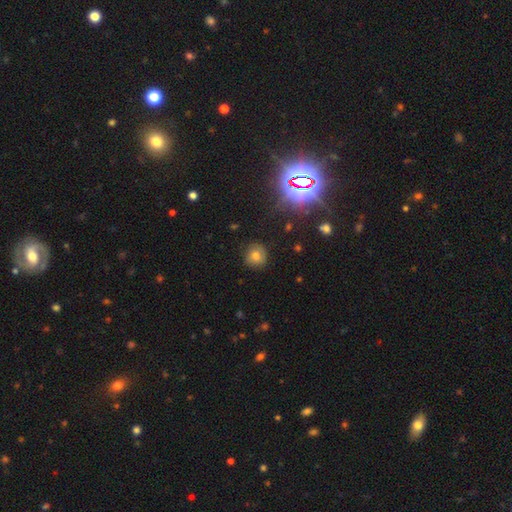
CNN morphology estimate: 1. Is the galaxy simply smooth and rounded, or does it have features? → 72% smooth, 17% star or artifact, 11% featured or disk.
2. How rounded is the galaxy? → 88% round, 11% in between, 1% cigar-shaped.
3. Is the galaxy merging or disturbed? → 84% none, 11% minor disturbance, 3% major disturbance, 2% merger.